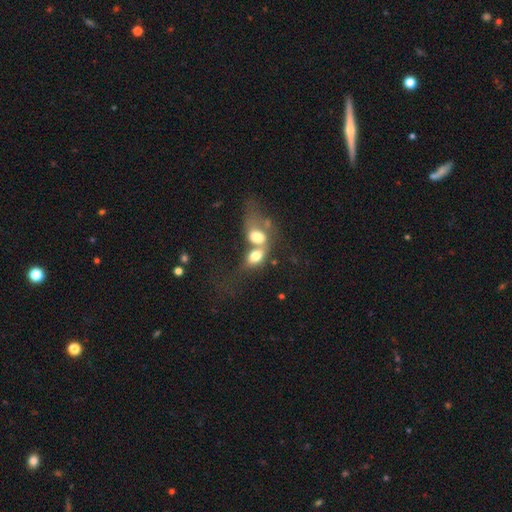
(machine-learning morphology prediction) This is likely a smooth galaxy (69%). How rounded: likely in between (75%). Merging: likely merger (77%).